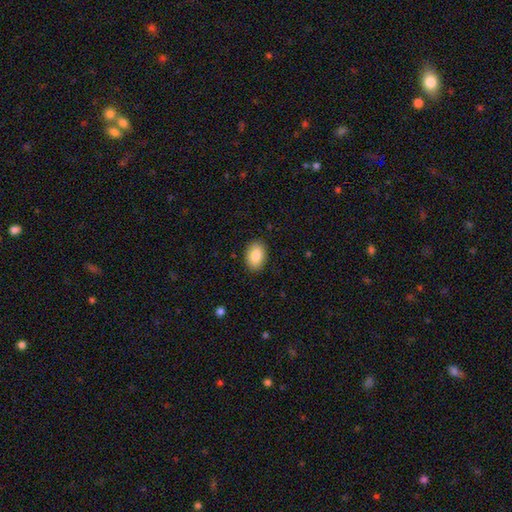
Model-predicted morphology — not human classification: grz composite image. It shows a smooth galaxy with no disk features (86%) that is in between round and cigar-shaped (87%). Merging: none (88%).